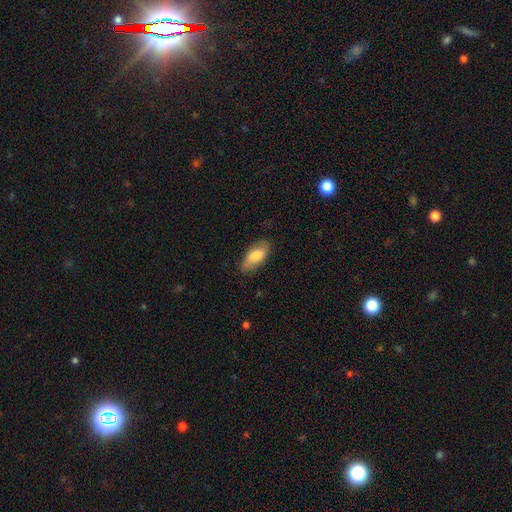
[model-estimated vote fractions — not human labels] smooth-or-featured: smooth: 73% | featured or disk: 21% | star or artifact: 6%
  how-rounded: in between: 86% | cigar-shaped: 11% | round: 3%
  merging: none: 78% | minor disturbance: 17% | major disturbance: 4% | merger: 1%